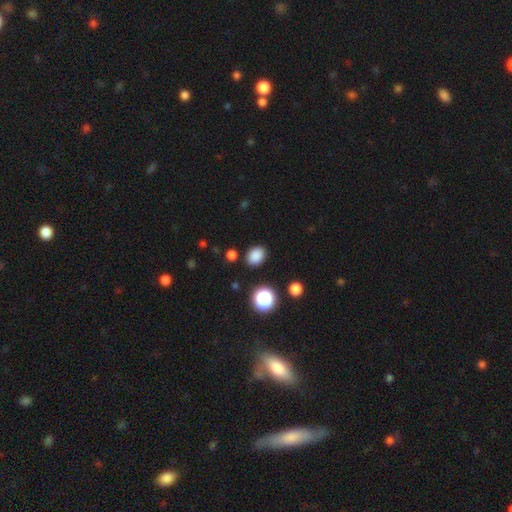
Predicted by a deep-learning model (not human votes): smooth-or-featured: smooth: 83% | star or artifact: 12% | featured or disk: 4%
  how-rounded: in between: 60% | round: 39% | cigar-shaped: 1%
  merging: none: 85% | minor disturbance: 10% | major disturbance: 3% | merger: 3%